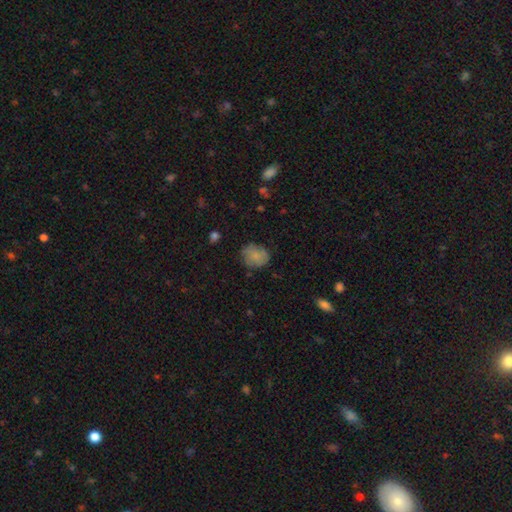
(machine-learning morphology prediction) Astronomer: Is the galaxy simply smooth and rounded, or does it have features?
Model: smooth — 74%.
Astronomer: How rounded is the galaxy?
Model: round — 68%.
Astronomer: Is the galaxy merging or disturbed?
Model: none — 69%.